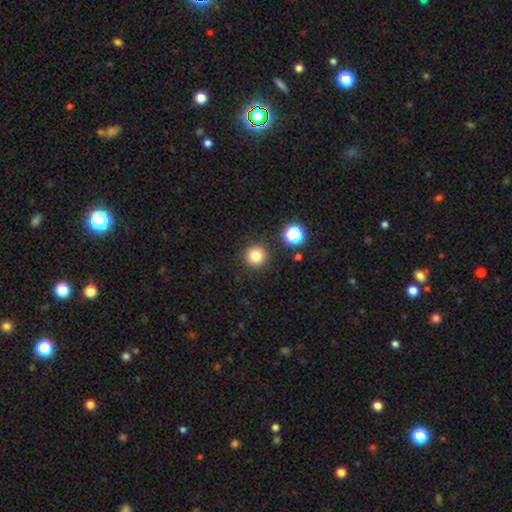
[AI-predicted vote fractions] This appears to be a smooth galaxy with no disk features (81%) that is round (96%). Merging: none (90%).